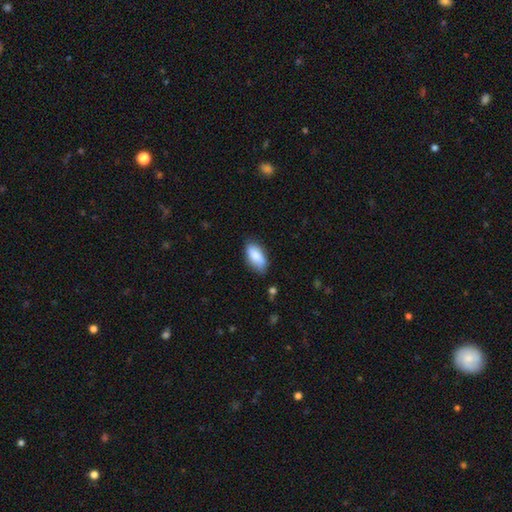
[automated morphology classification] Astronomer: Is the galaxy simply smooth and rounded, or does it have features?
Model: smooth — 83%.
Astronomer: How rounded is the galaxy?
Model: in between — 89%.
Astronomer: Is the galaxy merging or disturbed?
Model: none — 76%.